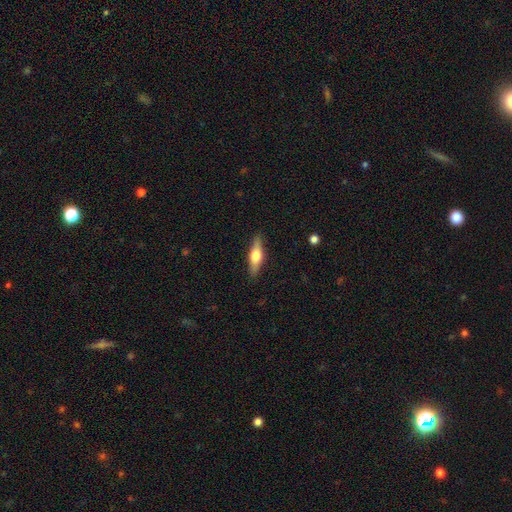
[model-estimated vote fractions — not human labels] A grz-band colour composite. It shows a smooth galaxy with no disk features (49%). Merging: none (88%).